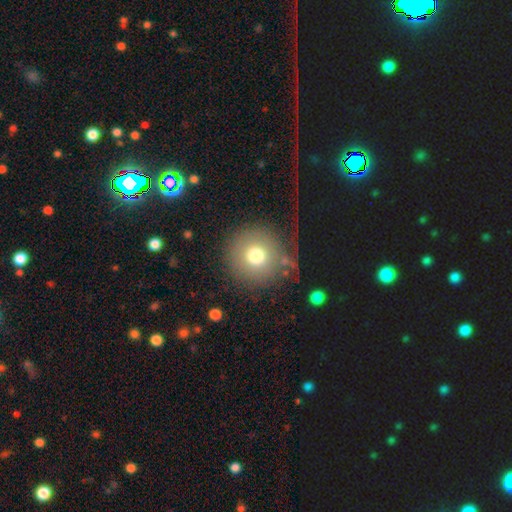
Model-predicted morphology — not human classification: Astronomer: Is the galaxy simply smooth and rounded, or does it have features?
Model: smooth — 72%.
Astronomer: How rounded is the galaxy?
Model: round — 95%.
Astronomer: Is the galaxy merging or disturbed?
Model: none — 66%.